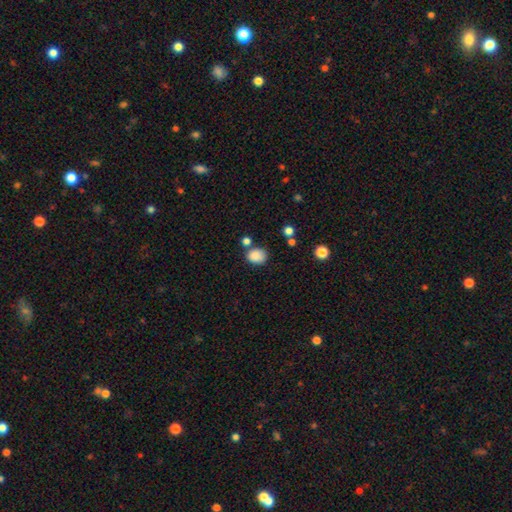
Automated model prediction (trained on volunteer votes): smooth_or_featured: smooth (p=0.86) [alt: star or artifact p=0.10]
how_rounded: round (p=0.50) [alt: in between p=0.49]
merging: none (p=0.69) [alt: minor disturbance p=0.15]